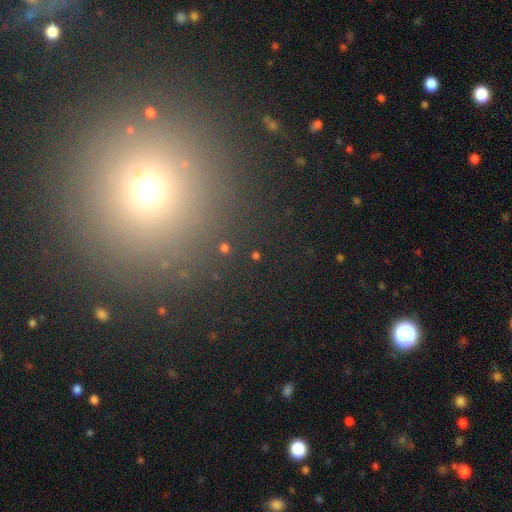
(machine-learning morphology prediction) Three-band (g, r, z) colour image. It shows a star or artifact, not a galaxy (56%).